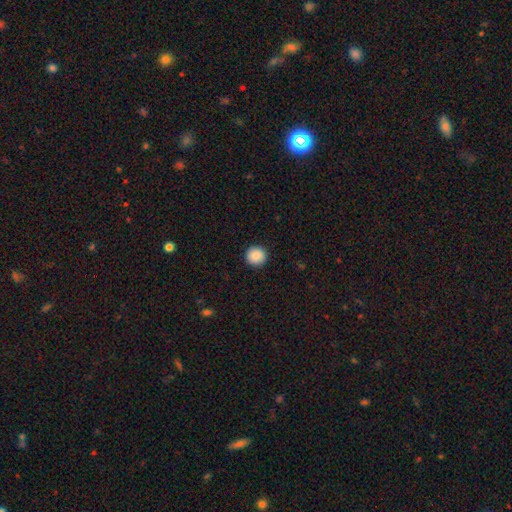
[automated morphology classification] smooth-or-featured: smooth: 89% | star or artifact: 8% | featured or disk: 3%
  how-rounded: round: 95% | in between: 4% | cigar-shaped: 1%
  merging: none: 93% | minor disturbance: 5% | major disturbance: 2% | merger: 1%